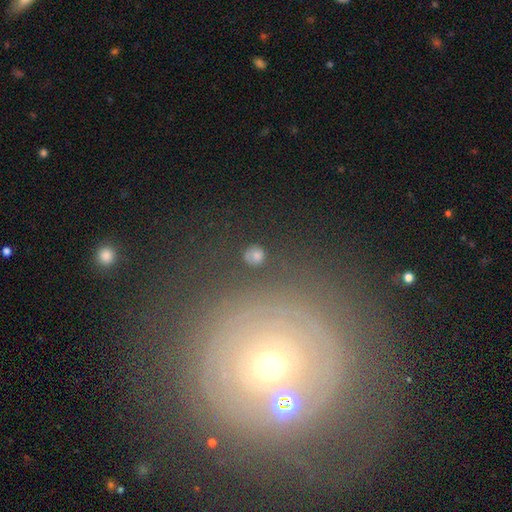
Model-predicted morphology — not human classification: Overall: smooth (69%). How rounded: round (90%). Merging: none (83%).